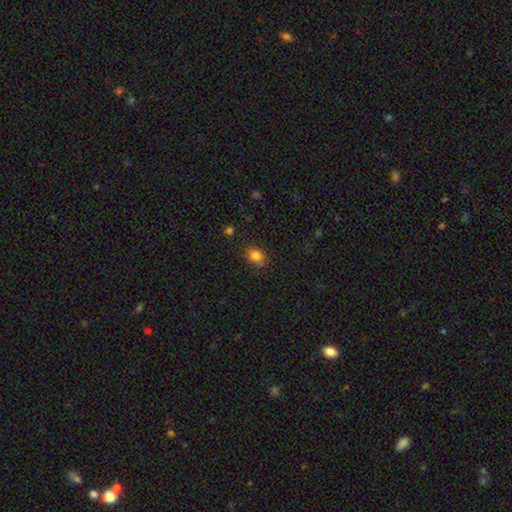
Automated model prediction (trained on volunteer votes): The model was most divided on "how rounded": round: 54%, in between: 45%, cigar-shaped: 1%. More confident: smooth or featured — smooth (82%); merging — none (74%).